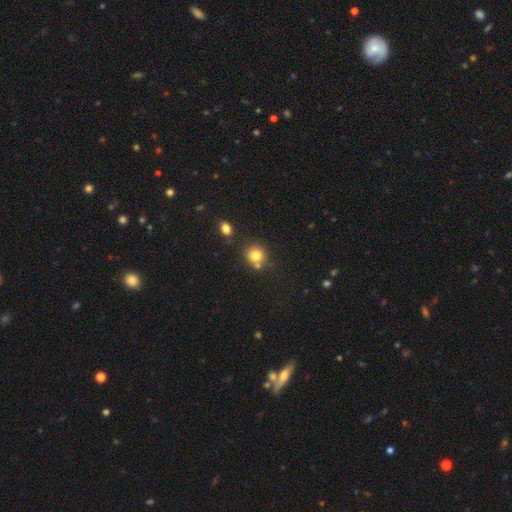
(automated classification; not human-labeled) smooth 79%, star or artifact 12%, featured or disk 9%. Down the decision tree: how rounded — round (85%); merging — none (65%).